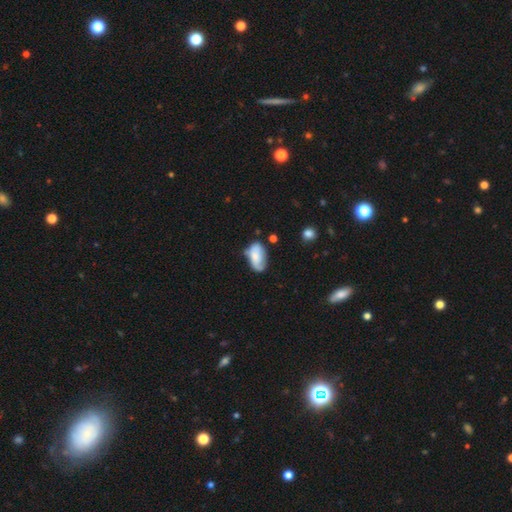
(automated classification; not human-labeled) Overall: smooth (60%; featured or disk 33%). How rounded: in between (93%). Merging: none (46%; minor disturbance 34%).